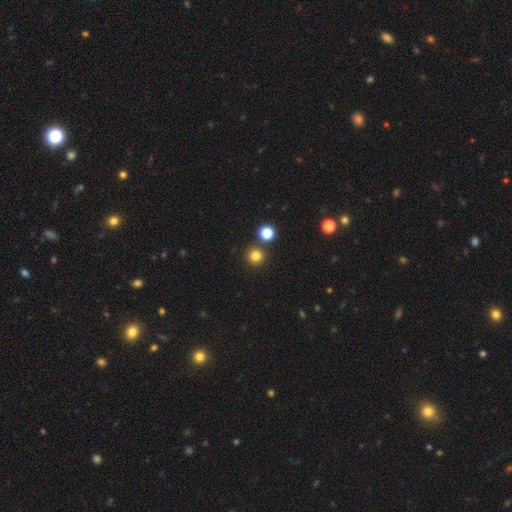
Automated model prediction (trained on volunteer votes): Smooth or featured?
  - smooth: 81% *
  - star or artifact: 15%
  - featured or disk: 5%
How rounded?
  - round: 95% *
  - in between: 4%
  - cigar-shaped: 1%
Merging?
  - none: 86% *
  - merger: 6%
  - minor disturbance: 5%
  - major disturbance: 2%